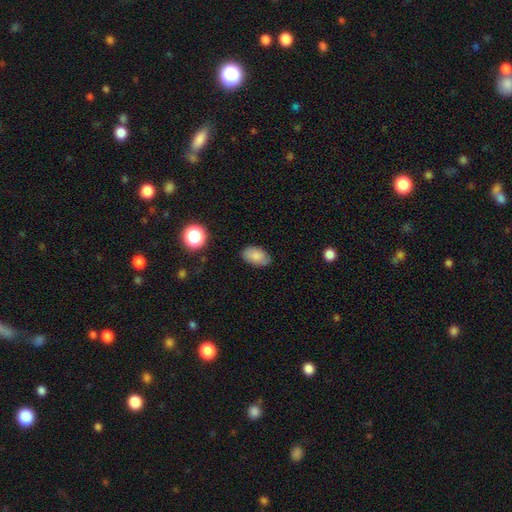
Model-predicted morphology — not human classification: Smooth or featured? smooth (83%)
How rounded? in between (91%)
Merging? none (80%)